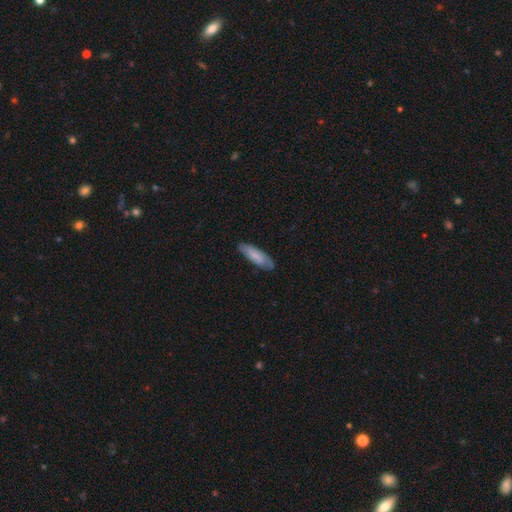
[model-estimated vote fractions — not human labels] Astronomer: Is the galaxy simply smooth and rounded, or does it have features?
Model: smooth — 65%.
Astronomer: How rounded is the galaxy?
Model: in between — 58% (runner-up: cigar-shaped, 40%).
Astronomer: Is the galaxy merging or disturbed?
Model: none — 77%.